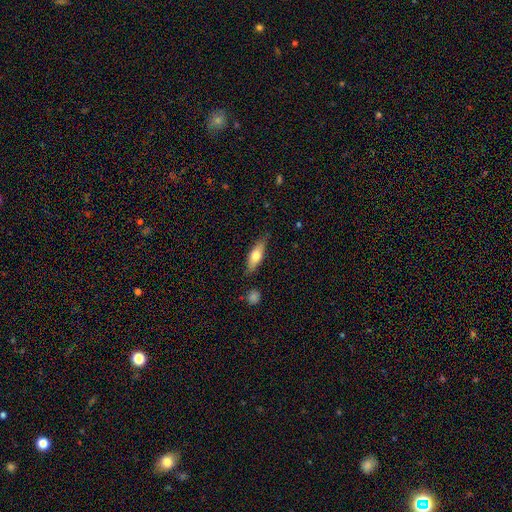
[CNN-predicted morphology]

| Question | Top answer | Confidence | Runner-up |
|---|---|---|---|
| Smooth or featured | smooth | 61% | featured or disk (33%) |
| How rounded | in between | 53% | cigar-shaped (45%) |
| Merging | none | 80% | minor disturbance (15%) |